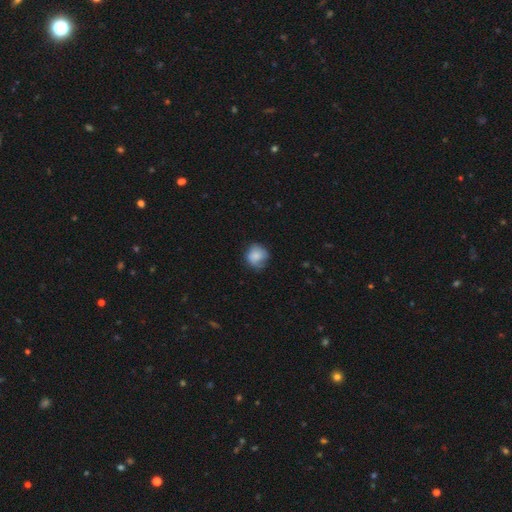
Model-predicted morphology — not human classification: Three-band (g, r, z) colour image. It shows a smooth galaxy with no disk features (81%) that is round (80%). Merging: none (61%).